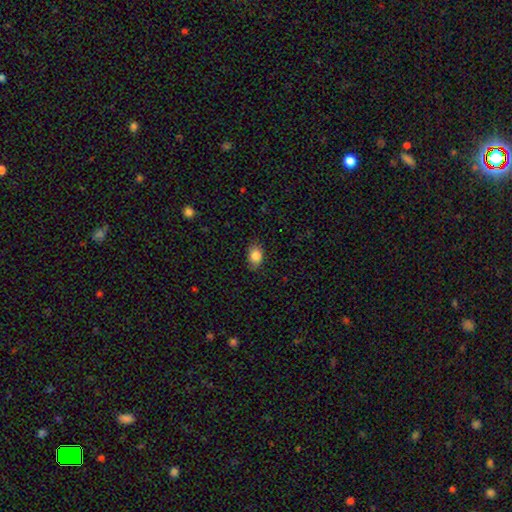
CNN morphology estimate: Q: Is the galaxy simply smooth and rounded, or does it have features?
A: smooth — 85%.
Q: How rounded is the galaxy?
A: in between — 76%.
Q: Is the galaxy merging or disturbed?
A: none — 78%.